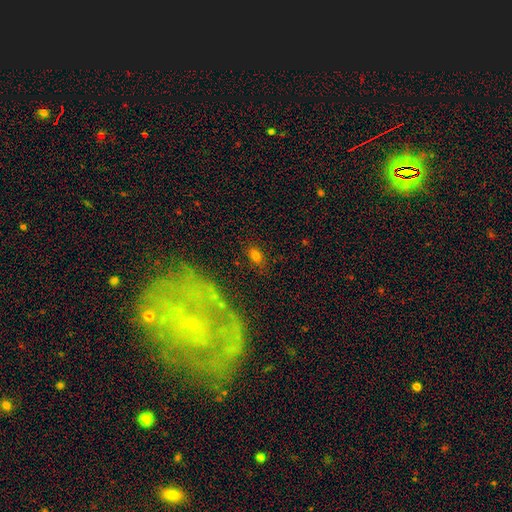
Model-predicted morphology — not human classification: type=smooth (75%); roundness=in between (86%); merging=none (83%).